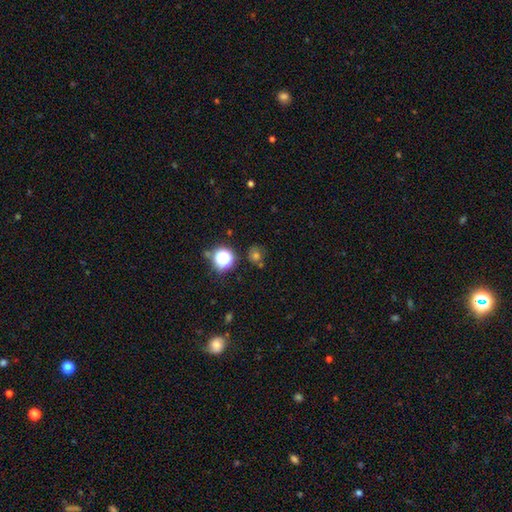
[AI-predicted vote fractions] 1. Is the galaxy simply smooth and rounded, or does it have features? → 49% smooth, 42% star or artifact, 8% featured or disk.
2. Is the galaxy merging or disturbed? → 78% none, 10% minor disturbance, 7% merger, 4% major disturbance.